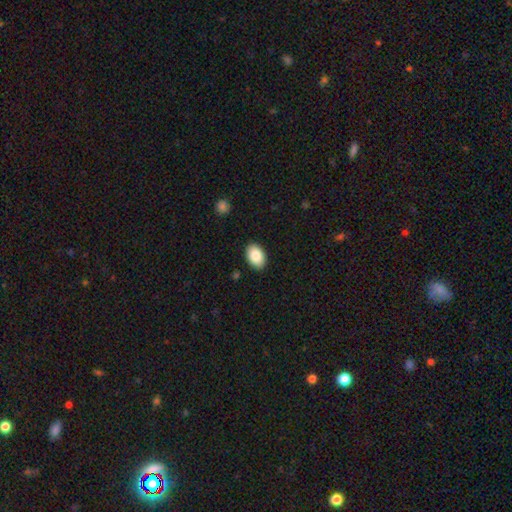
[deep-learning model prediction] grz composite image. It shows a smooth galaxy with no disk features (87%) that is in between round and cigar-shaped (87%). Merging: none (89%).